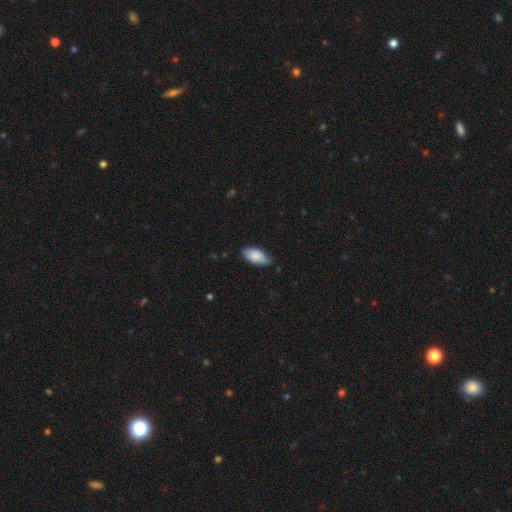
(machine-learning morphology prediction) Smooth or featured? Predicted: smooth (p=0.85). How rounded? Predicted: in between (p=0.93). Merging? Predicted: none (p=0.73).